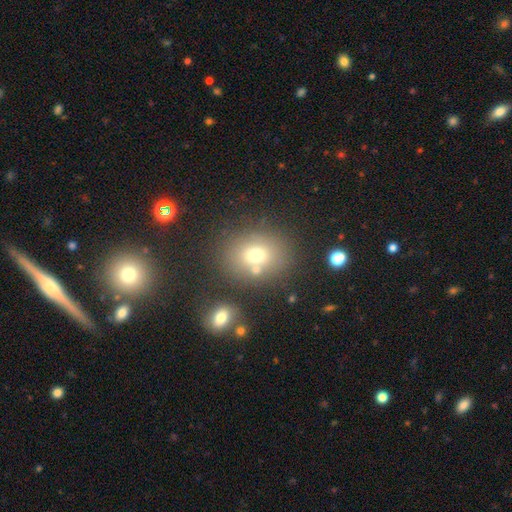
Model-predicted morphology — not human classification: smooth-or-featured: smooth: 68% | star or artifact: 17% | featured or disk: 15%
  how-rounded: round: 56% | in between: 43% | cigar-shaped: 1%
  merging: none: 67% | merger: 17% | minor disturbance: 12% | major disturbance: 5%